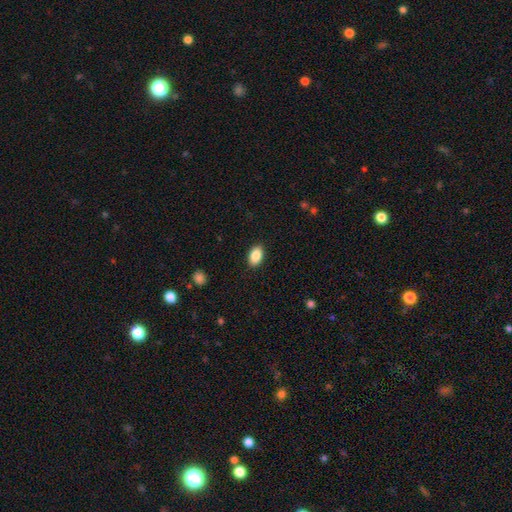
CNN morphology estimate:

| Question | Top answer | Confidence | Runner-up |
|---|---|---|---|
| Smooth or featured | smooth | 87% | star or artifact (8%) |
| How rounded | in between | 90% | round (8%) |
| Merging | none | 89% | minor disturbance (8%) |